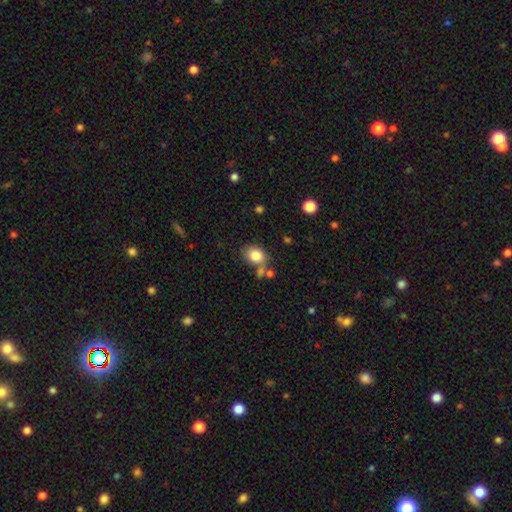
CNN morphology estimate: smooth_or_featured: smooth (p=0.82) [alt: star or artifact p=0.09]
how_rounded: in between (p=0.52) [alt: round p=0.47]
merging: none (p=0.61) [alt: merger p=0.17]